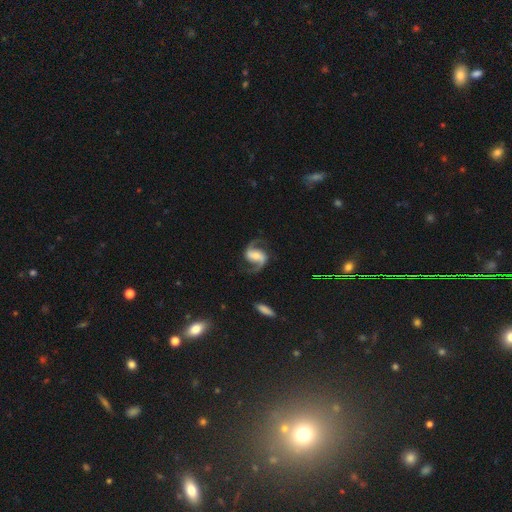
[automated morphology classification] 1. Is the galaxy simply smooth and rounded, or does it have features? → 90% featured or disk, 6% smooth, 5% star or artifact.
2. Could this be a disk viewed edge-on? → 98% no, 2% yes.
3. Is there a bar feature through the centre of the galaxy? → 38% weak, 34% strong, 28% no.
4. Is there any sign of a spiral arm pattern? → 97% yes, 3% no.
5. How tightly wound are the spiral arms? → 50% medium, 39% loose, 11% tight.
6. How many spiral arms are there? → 94% 2, 2% 1, 2% can't tell, 1% 3, 1% 4, 1% more than 4.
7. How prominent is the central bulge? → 45% moderate, 38% small, 10% large, 5% none, 2% dominant.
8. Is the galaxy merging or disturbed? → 79% none, 12% minor disturbance, 7% major disturbance, 2% merger.